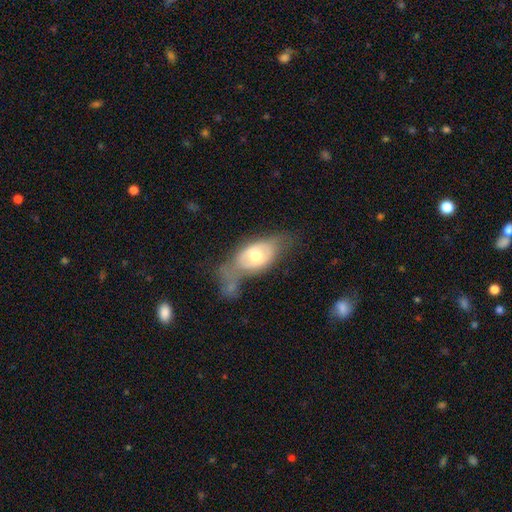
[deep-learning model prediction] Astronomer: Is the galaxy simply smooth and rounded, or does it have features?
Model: featured or disk — 53% (runner-up: smooth, 41%).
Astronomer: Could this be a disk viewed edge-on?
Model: no — 86%.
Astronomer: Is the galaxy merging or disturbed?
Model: none — 31% (runner-up: major disturbance, 27%).